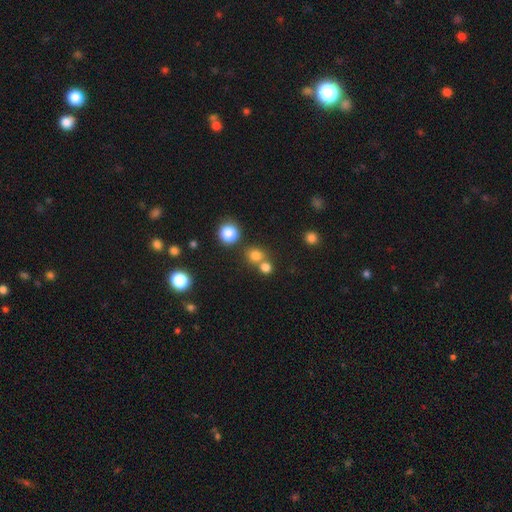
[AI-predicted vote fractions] Overall: smooth (75%). How rounded: round (85%). Merging: none (60%; merger 30%).